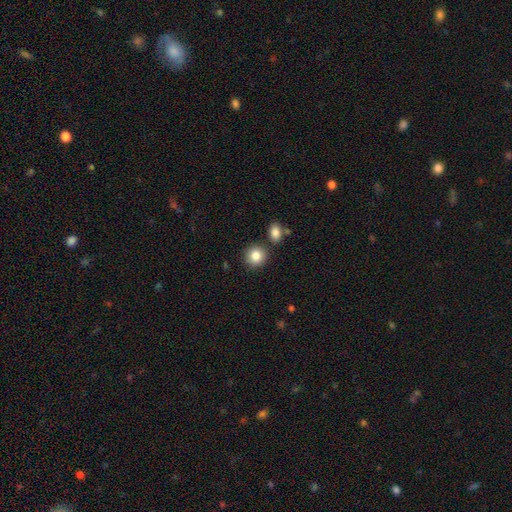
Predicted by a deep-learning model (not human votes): smooth_or_featured: smooth (p=0.86) [alt: star or artifact p=0.09]
how_rounded: round (p=0.87) [alt: in between p=0.12]
merging: none (p=0.82) [alt: minor disturbance p=0.08]